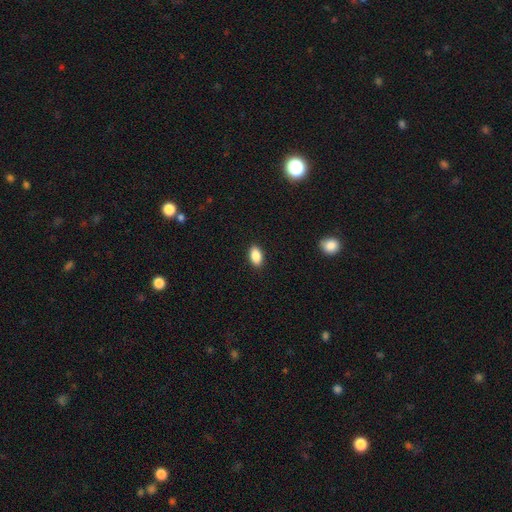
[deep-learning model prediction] Smooth or featured?
  - smooth: 88% *
  - star or artifact: 7%
  - featured or disk: 4%
How rounded?
  - in between: 92% *
  - round: 5%
  - cigar-shaped: 3%
Merging?
  - none: 90% *
  - minor disturbance: 7%
  - major disturbance: 2%
  - merger: 1%